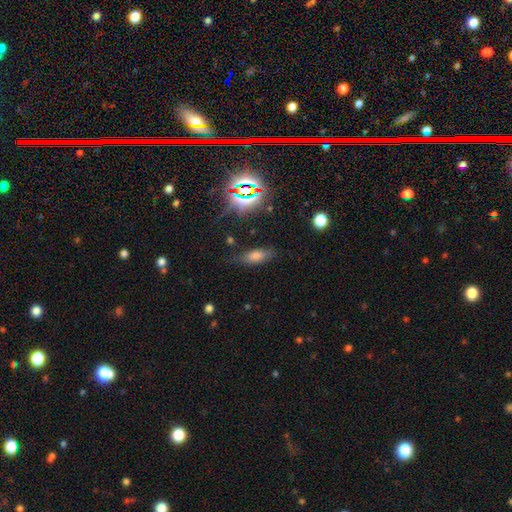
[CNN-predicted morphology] Overall: smooth (59%; star or artifact 25%). How rounded: in between (71%). Merging: none (76%).